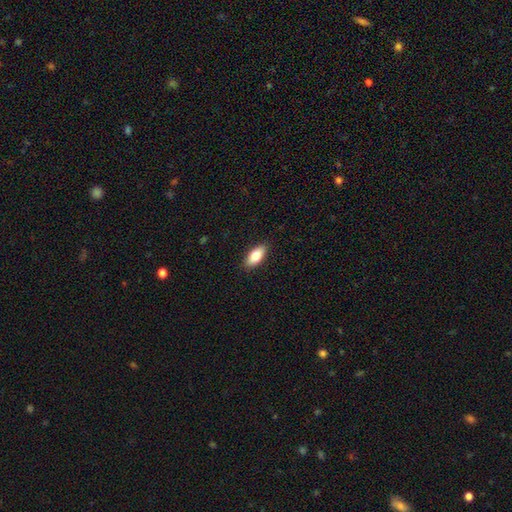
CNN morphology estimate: Smooth or featured? Predicted: smooth (p=0.80). How rounded? Predicted: in between (p=0.88). Merging? Predicted: none (p=0.89).